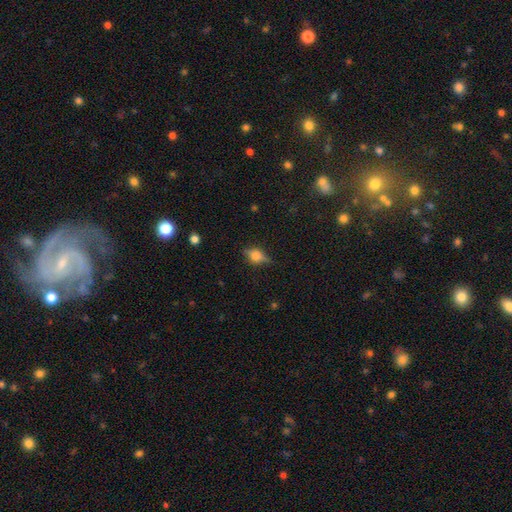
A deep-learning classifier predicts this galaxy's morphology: type=smooth (47%); merging=none (75%).